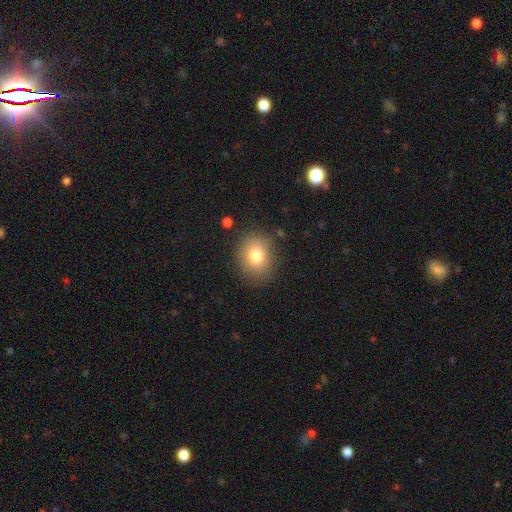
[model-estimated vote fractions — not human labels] smooth-or-featured: smooth: 79% | star or artifact: 11% | featured or disk: 10%
  how-rounded: round: 61% | in between: 38% | cigar-shaped: 1%
  merging: none: 82% | minor disturbance: 12% | major disturbance: 4% | merger: 2%